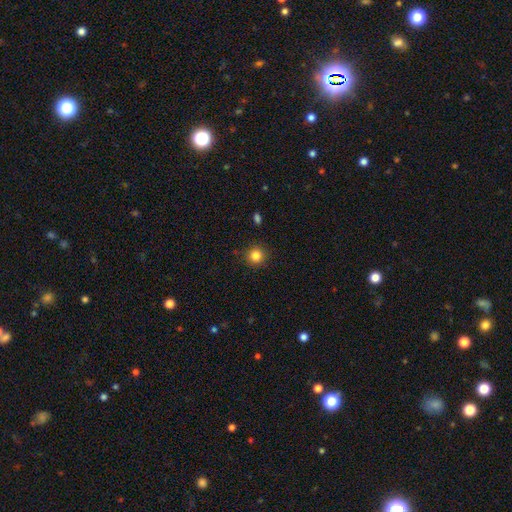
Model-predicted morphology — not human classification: Smooth or featured: smooth — 84% (star or artifact — 12%)
How rounded: round — 93% (in between — 6%)
Merging: none — 90% (minor disturbance — 7%)